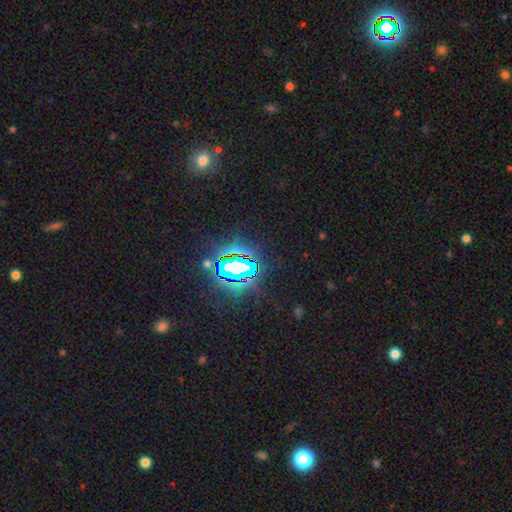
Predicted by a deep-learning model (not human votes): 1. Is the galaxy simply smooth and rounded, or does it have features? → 83% star or artifact, 10% smooth, 7% featured or disk.